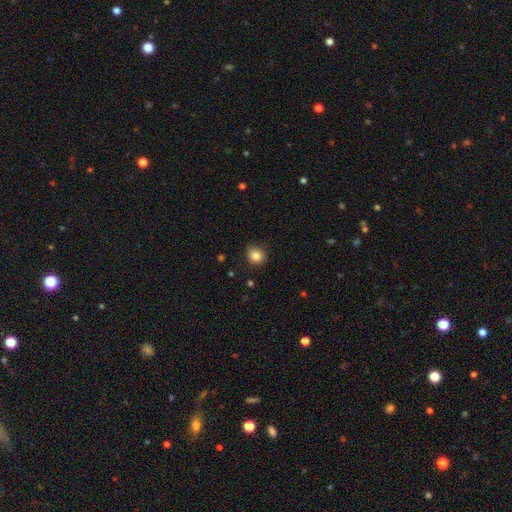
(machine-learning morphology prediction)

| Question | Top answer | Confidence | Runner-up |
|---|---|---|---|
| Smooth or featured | smooth | 85% | star or artifact (10%) |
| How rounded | round | 81% | in between (18%) |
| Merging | none | 87% | minor disturbance (10%) |